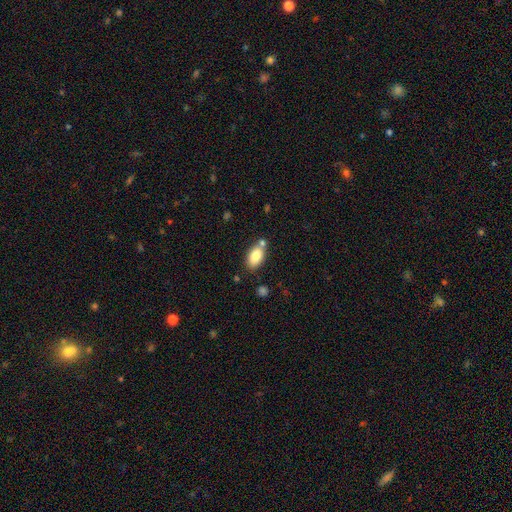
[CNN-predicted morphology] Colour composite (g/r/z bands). It shows a smooth galaxy with no disk features (85%) that is in between round and cigar-shaped (92%). Merging: none (66%).